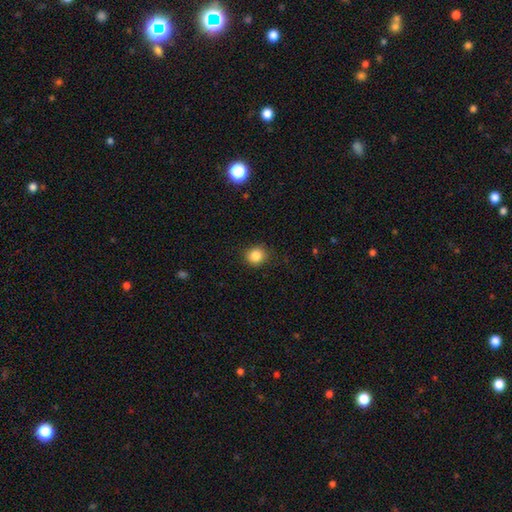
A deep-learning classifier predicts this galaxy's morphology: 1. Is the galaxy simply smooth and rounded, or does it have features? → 85% smooth, 11% star or artifact, 5% featured or disk.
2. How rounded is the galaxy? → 85% round, 14% in between, 1% cigar-shaped.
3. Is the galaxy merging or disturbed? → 87% none, 9% minor disturbance, 2% major disturbance, 1% merger.